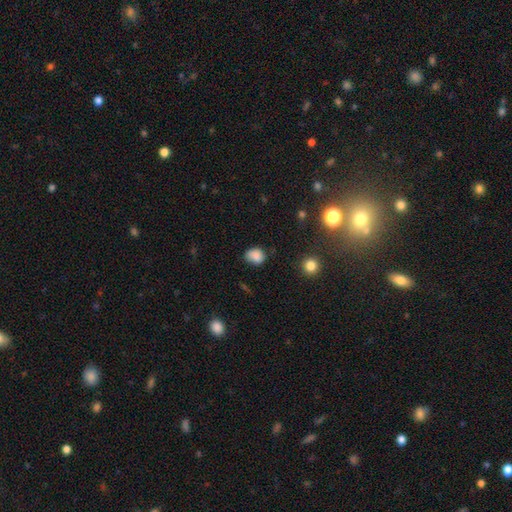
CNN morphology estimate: Smooth or featured: smooth — 80% (star or artifact — 11%)
How rounded: round — 52% (in between — 47%)
Merging: none — 58% (minor disturbance — 30%)